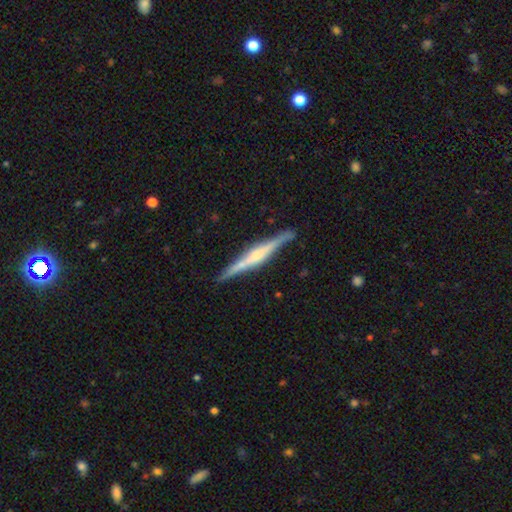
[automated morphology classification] The model was most divided on "edge-on bulge": rounded: 59%, boxy: 27%, none: 14%. More confident: edge-on disk — yes (98%); merging — none (87%); smooth or featured — featured or disk (75%).